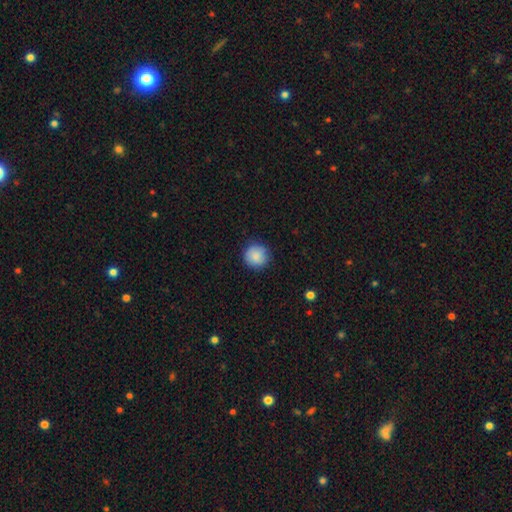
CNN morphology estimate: Smooth or featured? Predicted: smooth (p=0.87). How rounded? Predicted: round (p=0.94). Merging? Predicted: none (p=0.88).